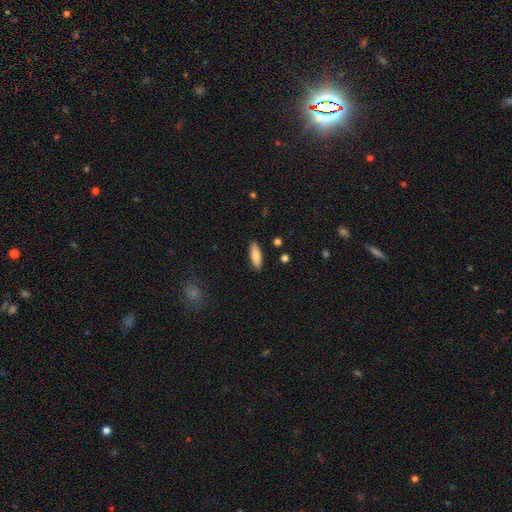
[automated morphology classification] The model was most divided on "how rounded": in between: 61%, cigar-shaped: 37%, round: 2%. More confident: merging — none (89%); smooth or featured — smooth (83%).